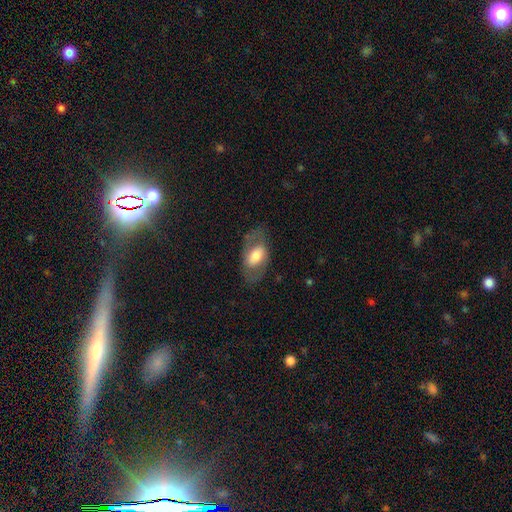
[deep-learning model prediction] smooth-or-featured: smooth: 53% | featured or disk: 41% | star or artifact: 6%
  how-rounded: in between: 90% | round: 8% | cigar-shaped: 2%
  merging: none: 72% | minor disturbance: 16% | major disturbance: 11% | merger: 1%